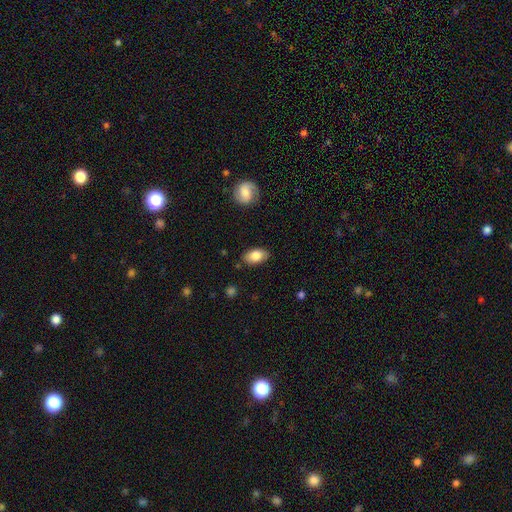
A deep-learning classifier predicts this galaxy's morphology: Smooth or featured? Predicted: smooth (p=0.80). How rounded? Predicted: in between (p=0.91). Merging? Predicted: none (p=0.83).